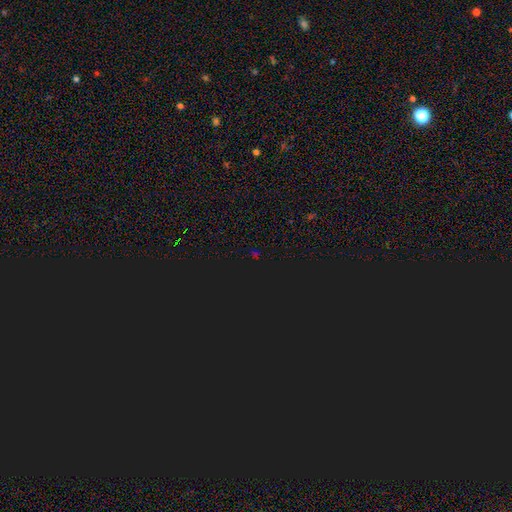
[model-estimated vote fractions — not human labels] This is likely a star or artifact rather than a galaxy (73%).